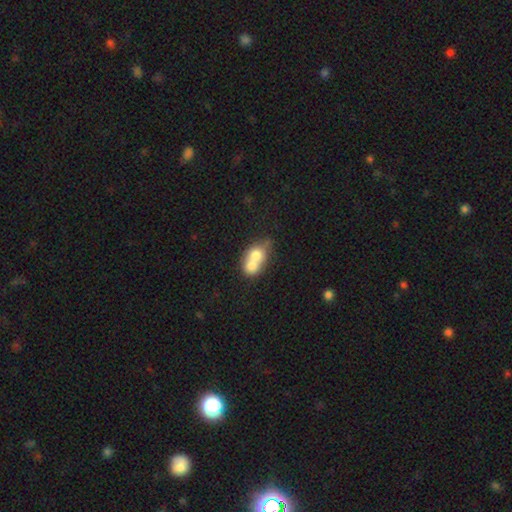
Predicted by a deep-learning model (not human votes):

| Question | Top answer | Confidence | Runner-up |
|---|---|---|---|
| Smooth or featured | smooth | 69% | featured or disk (23%) |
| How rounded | round | 54% | in between (45%) |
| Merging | merger | 75% | none (16%) |